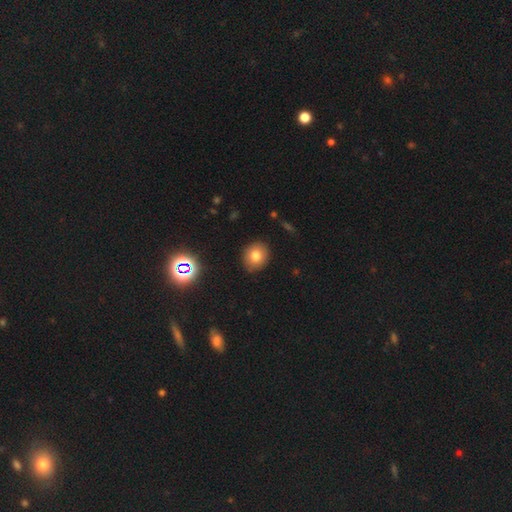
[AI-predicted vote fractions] A smooth galaxy with no disk features (76%) that is round (74%).

Vote fractions:
- Smooth or featured? smooth: 76% / star or artifact: 14% / featured or disk: 11%
- How rounded? round: 74% / in between: 25% / cigar-shaped: 1%
- Merging? none: 88% / minor disturbance: 8% / major disturbance: 2% / merger: 1%